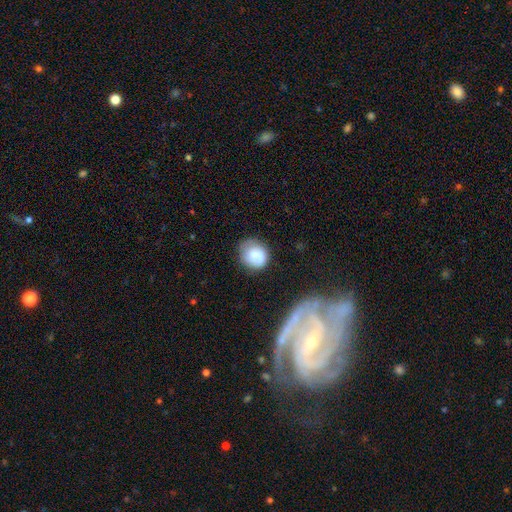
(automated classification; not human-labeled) This is likely a smooth galaxy (69%). How rounded: likely round (78%). Merging: likely none (68%).